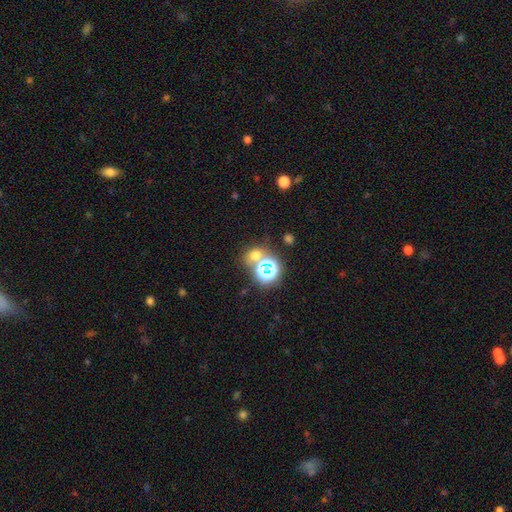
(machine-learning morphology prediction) smooth_or_featured: smooth (p=0.55) [alt: star or artifact p=0.37]
how_rounded: round (p=0.69) [alt: in between p=0.29]
merging: none (p=0.61) [alt: merger p=0.25]